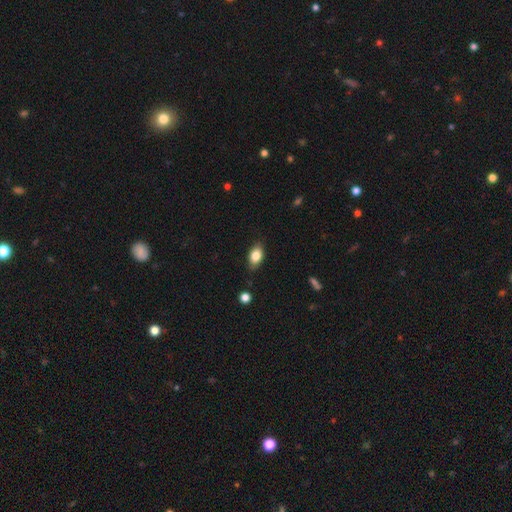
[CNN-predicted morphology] Q: Smooth or featured?
A: smooth (82%); runner-up: featured or disk (11%)
Q: How rounded?
A: in between (89%); runner-up: round (8%)
Q: Merging?
A: none (81%); runner-up: minor disturbance (15%)